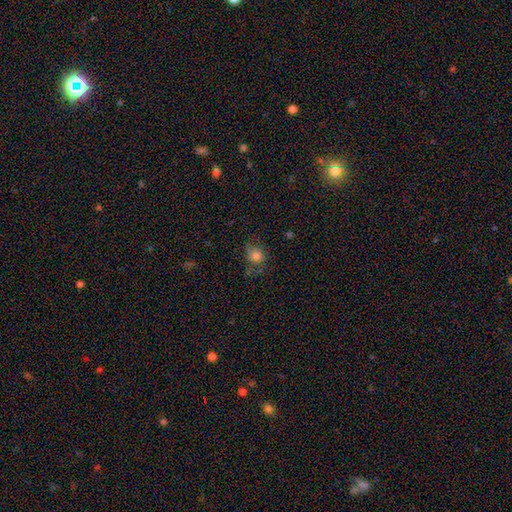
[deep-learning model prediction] A smooth galaxy with no disk features (72%) that is round (72%). Merging: none (53%).